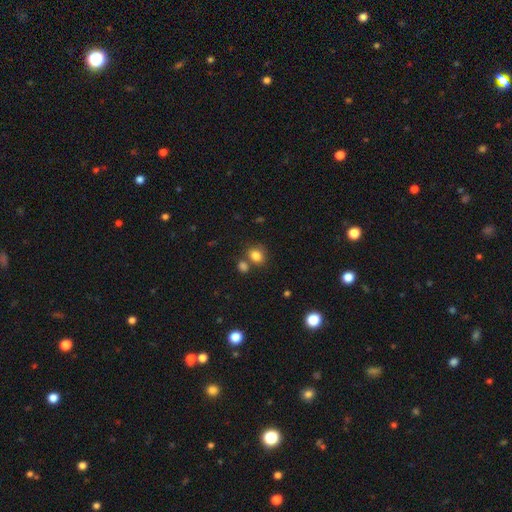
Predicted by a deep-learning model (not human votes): A smooth galaxy with no disk features (82%) that is round (52%).

Vote fractions:
- Smooth or featured? smooth: 82% / star or artifact: 12% / featured or disk: 6%
- How rounded? round: 52% / in between: 47% / cigar-shaped: 1%
- Merging? none: 62% / merger: 22% / minor disturbance: 12% / major disturbance: 4%